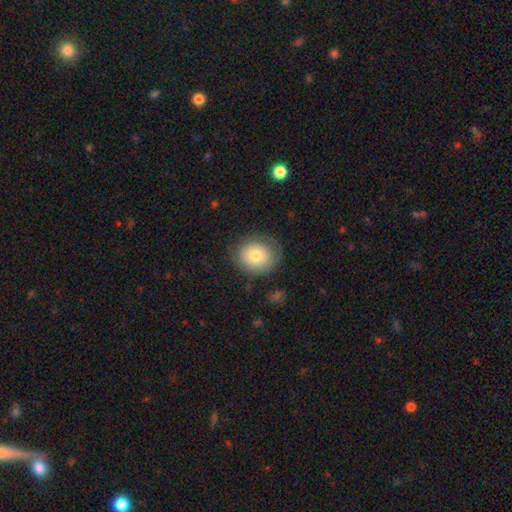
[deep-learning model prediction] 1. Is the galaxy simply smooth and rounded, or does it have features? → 73% smooth, 19% featured or disk, 8% star or artifact.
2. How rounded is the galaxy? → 75% round, 25% in between, 1% cigar-shaped.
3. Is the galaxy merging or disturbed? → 73% none, 18% minor disturbance, 8% major disturbance, 2% merger.